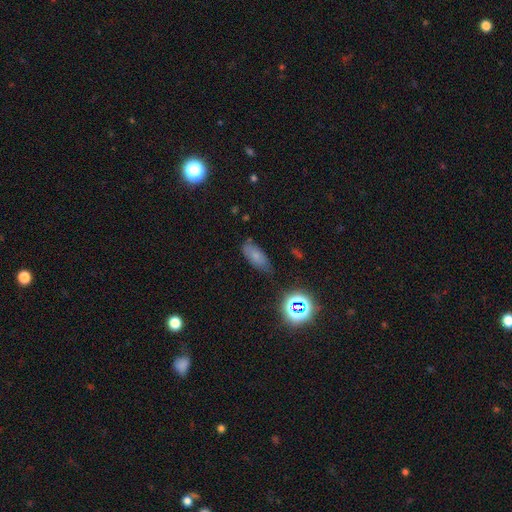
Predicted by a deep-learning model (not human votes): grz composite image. It shows a smooth galaxy with no disk features (70%) that is in between round and cigar-shaped (83%). Merging: none (67%).